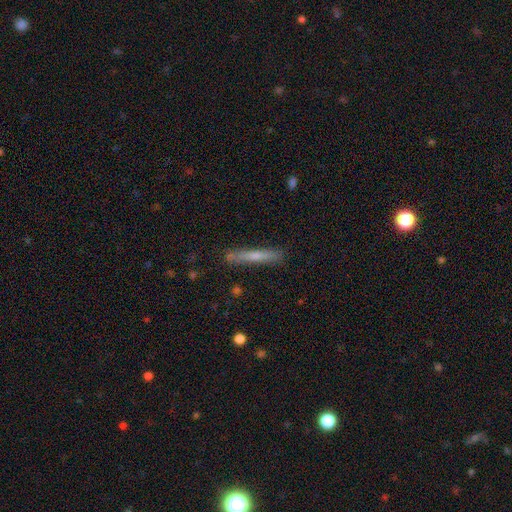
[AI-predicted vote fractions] Overall: smooth (52%; featured or disk 41%). How rounded: cigar-shaped (95%). Merging: none (85%).